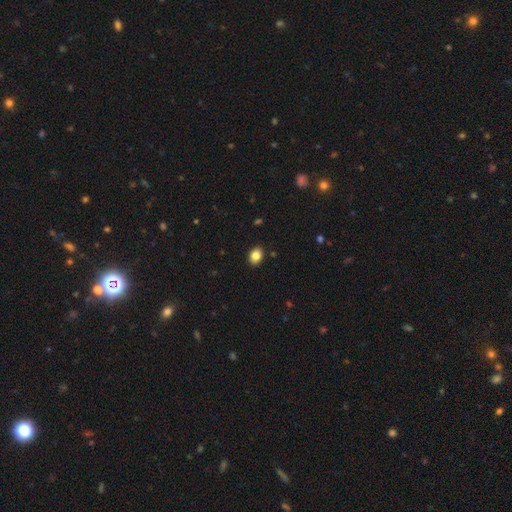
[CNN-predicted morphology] A smooth galaxy with no disk features (85%) that is in between round and cigar-shaped (63%).

Vote fractions:
- Smooth or featured? smooth: 85% / star or artifact: 9% / featured or disk: 6%
- How rounded? in between: 63% / round: 36% / cigar-shaped: 1%
- Merging? none: 90% / minor disturbance: 7% / major disturbance: 2% / merger: 1%